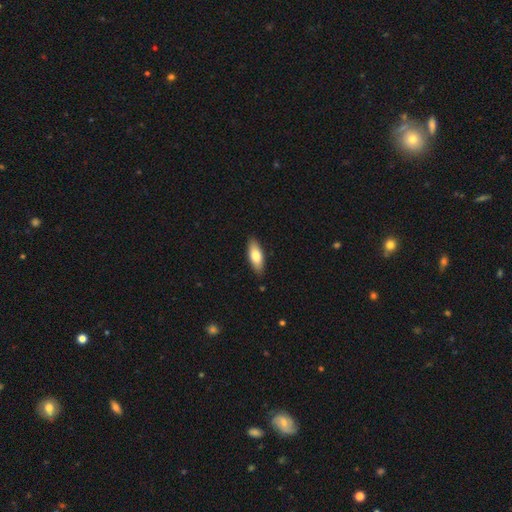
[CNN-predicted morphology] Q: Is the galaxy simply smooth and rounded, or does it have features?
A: smooth — 75%.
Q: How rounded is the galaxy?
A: in between — 71%.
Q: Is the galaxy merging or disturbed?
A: none — 87%.